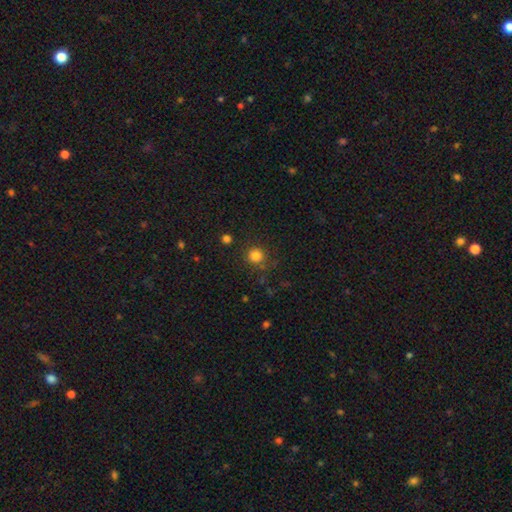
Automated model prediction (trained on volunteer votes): smooth-or-featured: smooth: 82% | star or artifact: 13% | featured or disk: 4%
  how-rounded: round: 93% | in between: 6% | cigar-shaped: 1%
  merging: none: 83% | minor disturbance: 9% | major disturbance: 4% | merger: 3%